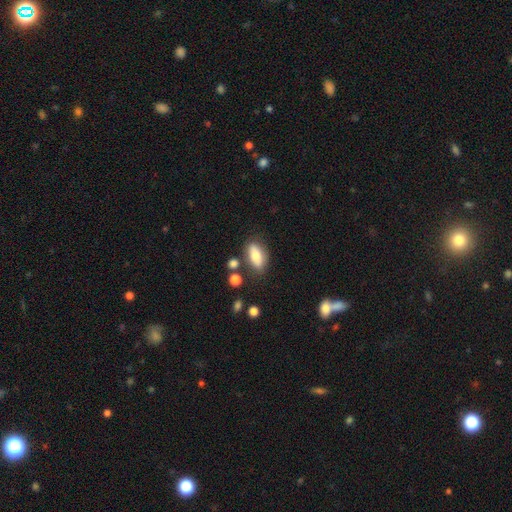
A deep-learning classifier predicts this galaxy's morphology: The model was most divided on "smooth or featured": smooth: 71%, featured or disk: 22%, star or artifact: 8%. More confident: how rounded — in between (85%); merging — none (74%).